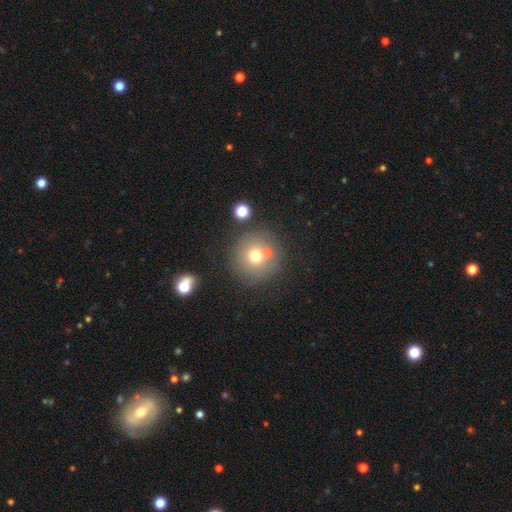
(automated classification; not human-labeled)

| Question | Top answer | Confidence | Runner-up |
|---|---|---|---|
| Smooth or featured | smooth | 69% | featured or disk (17%) |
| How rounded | round | 94% | in between (5%) |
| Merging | none | 73% | merger (14%) |